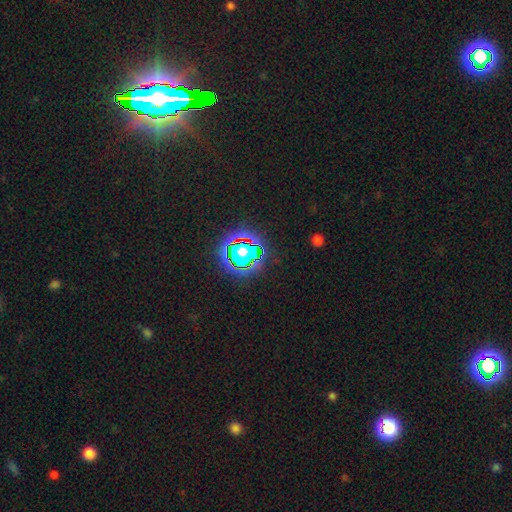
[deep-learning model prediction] Overall: star or artifact (83%).